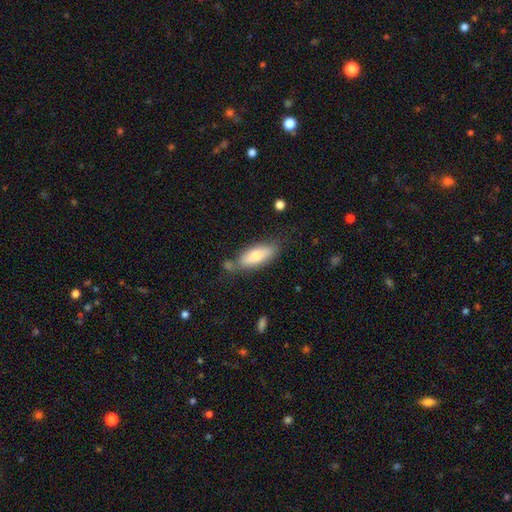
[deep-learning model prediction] smooth-or-featured: smooth: 77% | featured or disk: 17% | star or artifact: 6%
  how-rounded: in between: 70% | cigar-shaped: 28% | round: 2%
  merging: none: 64% | minor disturbance: 20% | merger: 10% | major disturbance: 5%